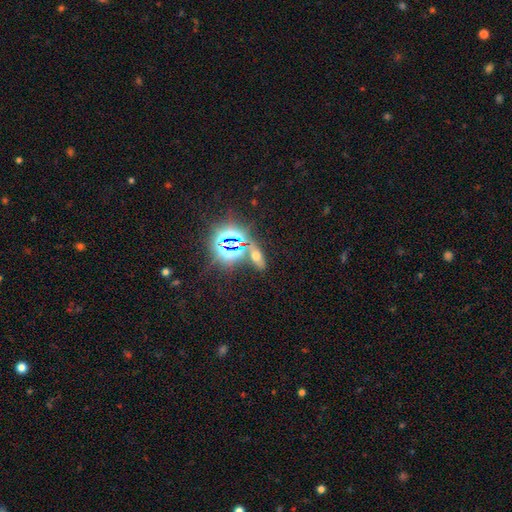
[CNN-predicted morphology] smooth-or-featured: star or artifact: 45% | smooth: 38% | featured or disk: 17%